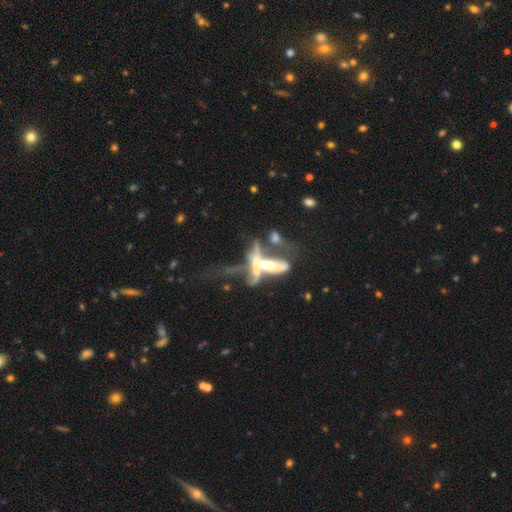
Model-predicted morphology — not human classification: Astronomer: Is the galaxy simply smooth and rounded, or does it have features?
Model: featured or disk — 60%.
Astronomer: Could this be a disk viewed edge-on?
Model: no — 58% (runner-up: yes, 42%).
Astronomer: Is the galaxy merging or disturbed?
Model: merger — 51%.